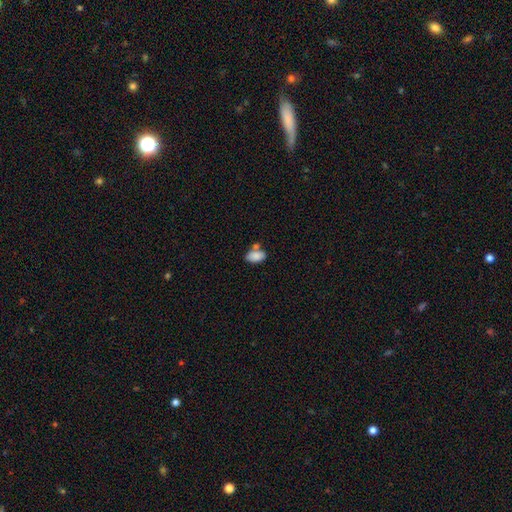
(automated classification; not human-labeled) Smooth or featured? Predicted: smooth (p=0.85). How rounded? Predicted: in between (p=0.92). Merging? Predicted: none (p=0.51).